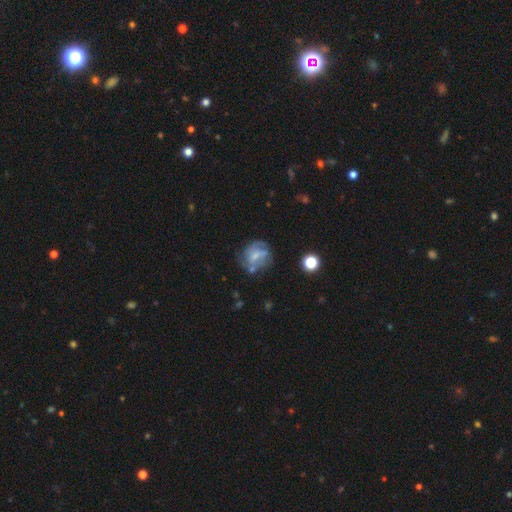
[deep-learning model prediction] featured or disk 51%, smooth 38%, star or artifact 11%. Down the decision tree: edge-on disk — no (97%); merging — none (52%).